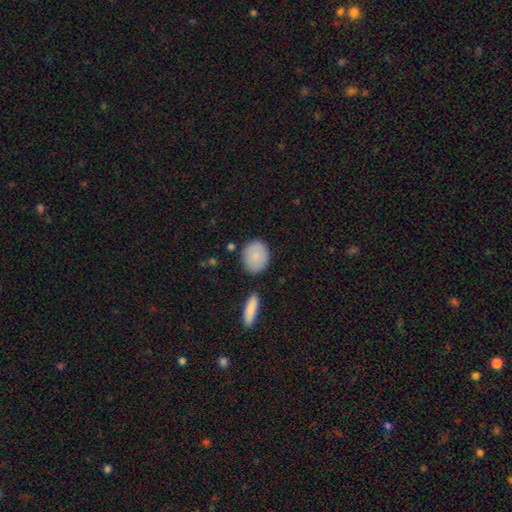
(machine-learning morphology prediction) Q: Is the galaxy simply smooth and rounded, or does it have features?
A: smooth — 85%.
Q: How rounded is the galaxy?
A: round — 55%.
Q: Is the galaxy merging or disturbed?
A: none — 80%.